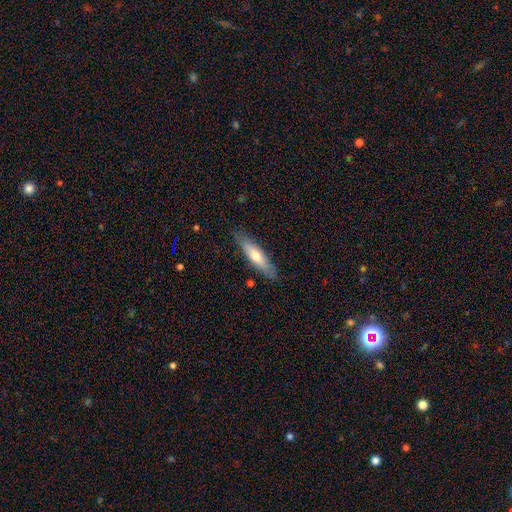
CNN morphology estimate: A smooth galaxy with no disk features (61%) that is cigar-shaped (71%).

Vote fractions:
- Smooth or featured? smooth: 61% / featured or disk: 33% / star or artifact: 6%
- How rounded? cigar-shaped: 71% / in between: 28% / round: 1%
- Merging? none: 85% / minor disturbance: 12% / major disturbance: 2% / merger: 1%